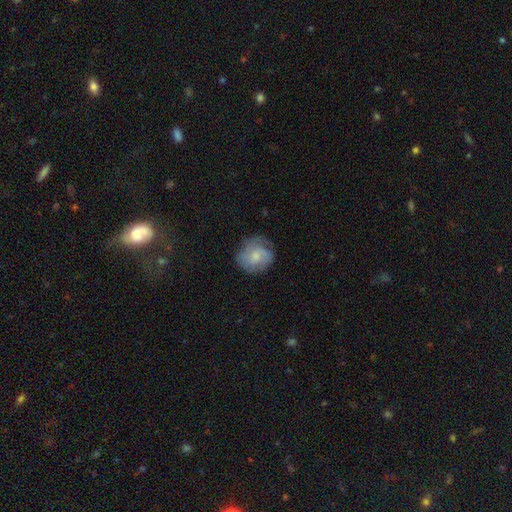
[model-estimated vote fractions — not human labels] Smooth or featured?
  - smooth: 52% *
  - featured or disk: 41%
  - star or artifact: 7%
How rounded?
  - round: 74% *
  - in between: 25%
  - cigar-shaped: 1%
Merging?
  - none: 68% *
  - minor disturbance: 23%
  - major disturbance: 8%
  - merger: 1%